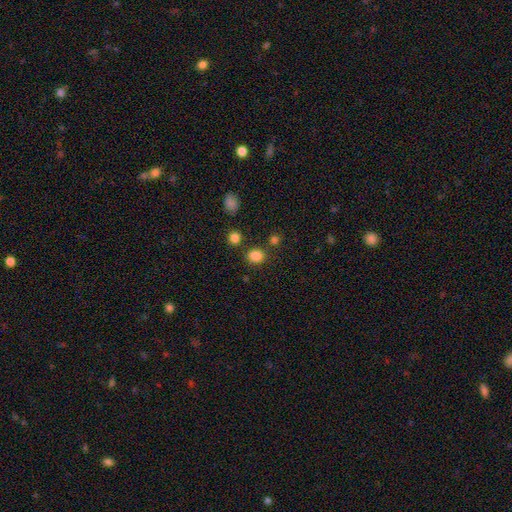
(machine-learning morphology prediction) This is clearly a smooth galaxy (84%). How rounded: likely round (70%). Merging: likely none (79%).